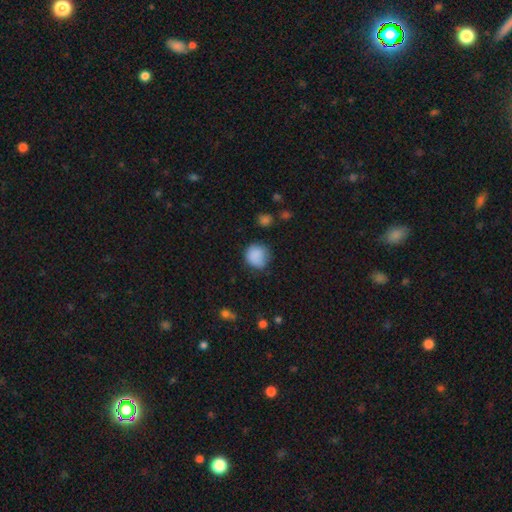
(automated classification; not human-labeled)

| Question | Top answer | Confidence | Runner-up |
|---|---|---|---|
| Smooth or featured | smooth | 85% | star or artifact (9%) |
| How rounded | round | 86% | in between (14%) |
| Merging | none | 67% | minor disturbance (24%) |